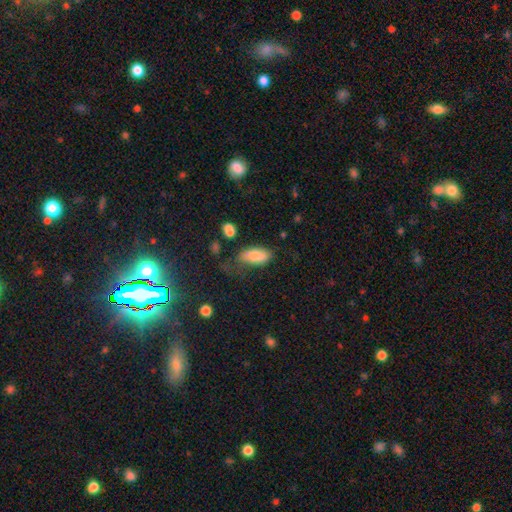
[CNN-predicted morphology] type=smooth (84%); roundness=in between (90%); merging=none (44%).